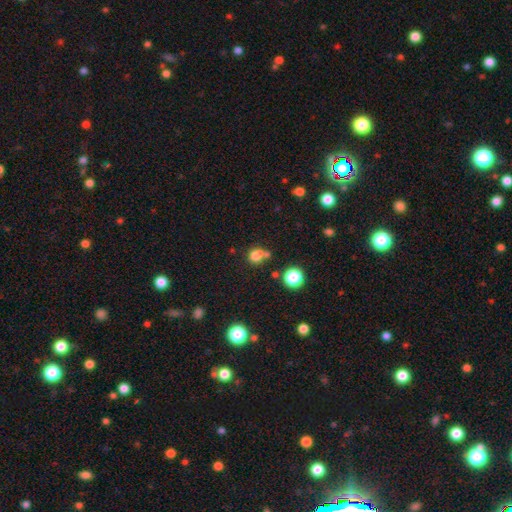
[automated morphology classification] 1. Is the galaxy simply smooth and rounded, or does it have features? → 77% smooth, 15% star or artifact, 8% featured or disk.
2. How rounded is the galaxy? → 72% round, 27% in between, 1% cigar-shaped.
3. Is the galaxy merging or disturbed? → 49% none, 31% merger, 14% minor disturbance, 6% major disturbance.